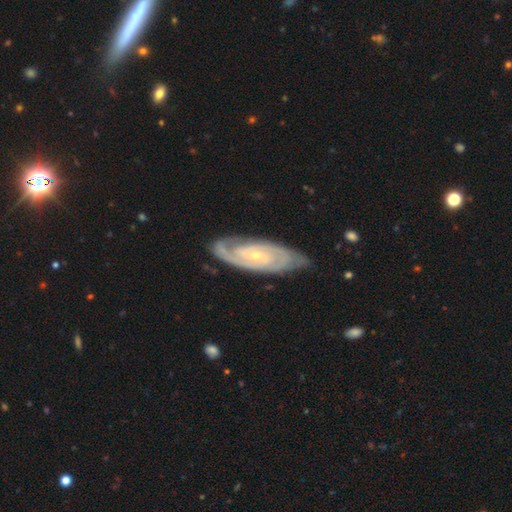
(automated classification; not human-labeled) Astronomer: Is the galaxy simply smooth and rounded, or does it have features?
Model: featured or disk — 89%.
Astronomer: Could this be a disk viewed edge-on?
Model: no — 93%.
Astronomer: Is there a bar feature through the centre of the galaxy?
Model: no — 57% (runner-up: weak, 32%).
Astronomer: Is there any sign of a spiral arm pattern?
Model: yes — 97%.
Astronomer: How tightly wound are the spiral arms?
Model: tight — 71%.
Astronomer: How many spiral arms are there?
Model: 2 — 70%.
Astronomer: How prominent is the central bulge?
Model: small — 78%.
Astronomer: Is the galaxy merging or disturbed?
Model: none — 77%.